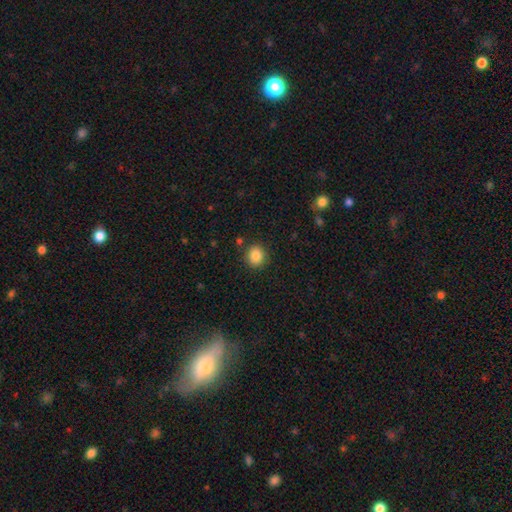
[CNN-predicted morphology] This is clearly a smooth galaxy (86%). How rounded: likely round (79%). Merging: clearly none (87%).